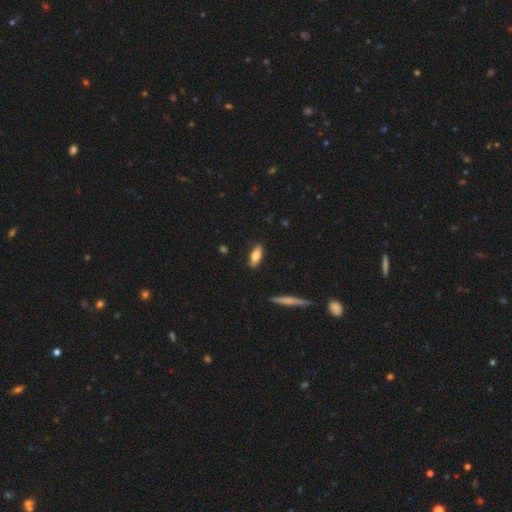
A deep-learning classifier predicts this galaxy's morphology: Smooth or featured? Predicted: smooth (p=0.79). How rounded? Predicted: in between (p=0.73). Merging? Predicted: none (p=0.85).